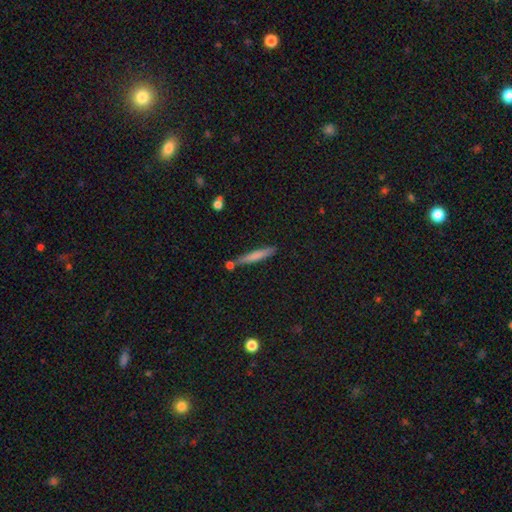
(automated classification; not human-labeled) Smooth or featured? smooth (69%)
How rounded? cigar-shaped (93%)
Merging? none (75%)